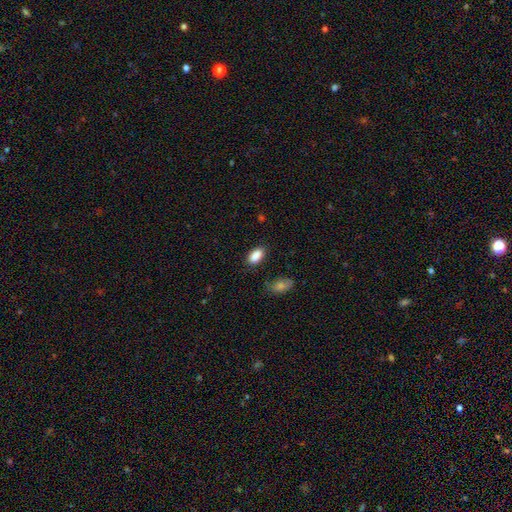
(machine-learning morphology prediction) This appears to be a smooth galaxy with no disk features (89%) that is in between round and cigar-shaped (92%). Merging: none (82%).